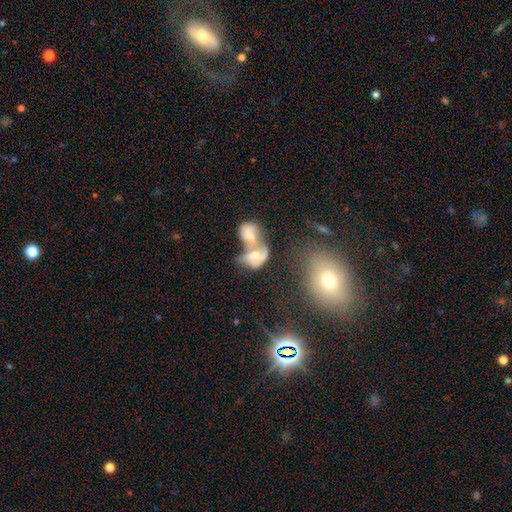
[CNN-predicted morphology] smooth_or_featured: featured or disk (p=0.54) [alt: smooth p=0.35]
disk_edge_on: no (p=0.96) [alt: yes p=0.04]
bar: no (p=0.68) [alt: weak p=0.25]
has_spiral_arms: yes (p=0.66) [alt: no p=0.34]
bulge_size: moderate (p=0.61) [alt: small p=0.23]
merging: merger (p=0.79) [alt: none p=0.08]